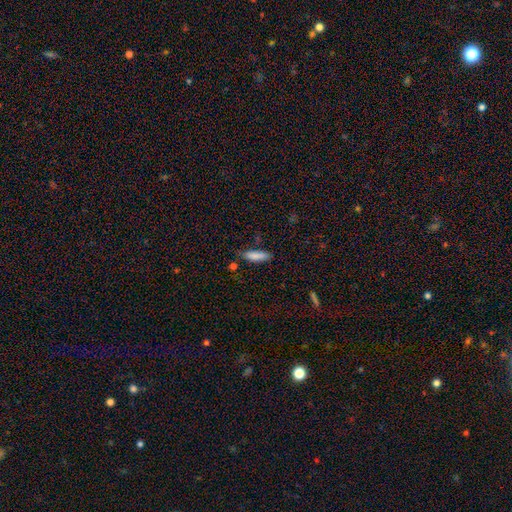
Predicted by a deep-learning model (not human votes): smooth-or-featured: smooth: 83% | featured or disk: 10% | star or artifact: 7%
  how-rounded: cigar-shaped: 69% | in between: 30% | round: 2%
  merging: none: 75% | minor disturbance: 18% | merger: 4% | major disturbance: 3%